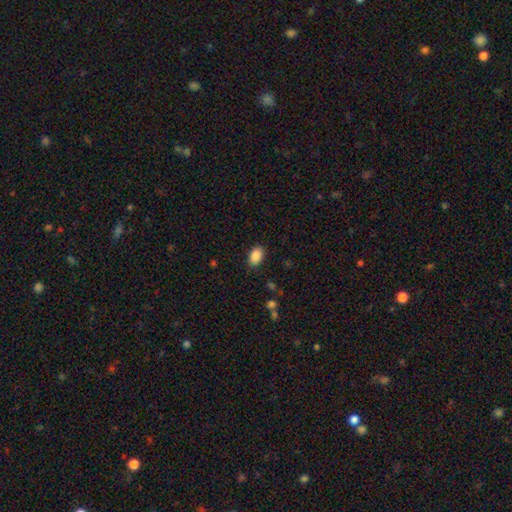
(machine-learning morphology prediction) Q: Smooth or featured?
A: smooth (88%); runner-up: star or artifact (8%)
Q: How rounded?
A: in between (88%); runner-up: round (11%)
Q: Merging?
A: none (85%); runner-up: minor disturbance (11%)